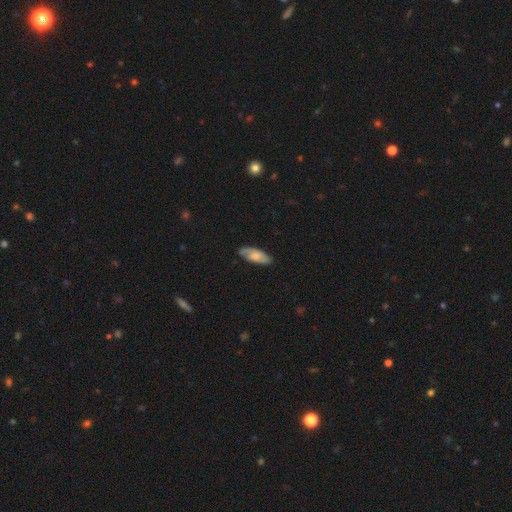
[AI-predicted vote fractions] Smooth or featured? Predicted: smooth (p=0.53). How rounded? Predicted: in between (p=0.78). Merging? Predicted: none (p=0.76).